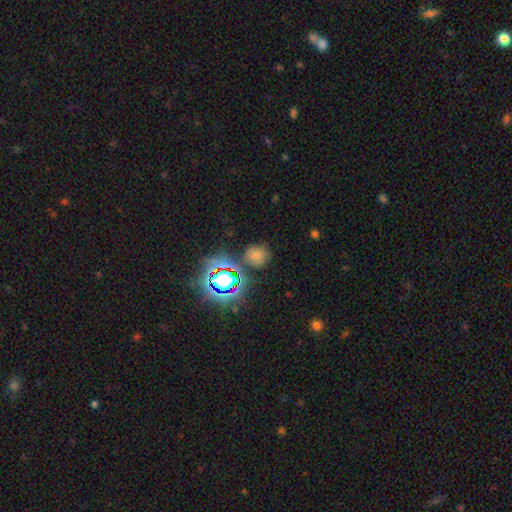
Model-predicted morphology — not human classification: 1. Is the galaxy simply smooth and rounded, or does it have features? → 60% smooth, 28% star or artifact, 12% featured or disk.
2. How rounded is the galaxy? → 85% round, 14% in between, 1% cigar-shaped.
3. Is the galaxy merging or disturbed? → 76% none, 14% minor disturbance, 6% merger, 5% major disturbance.